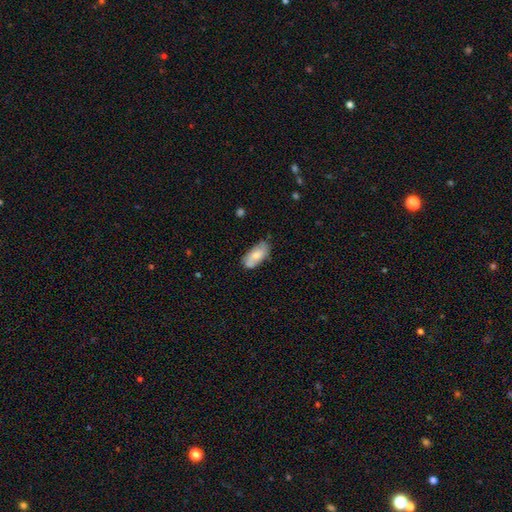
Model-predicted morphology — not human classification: smooth 69%, featured or disk 25%, star or artifact 6%. Down the decision tree: how rounded — in between (89%); merging — none (66%).